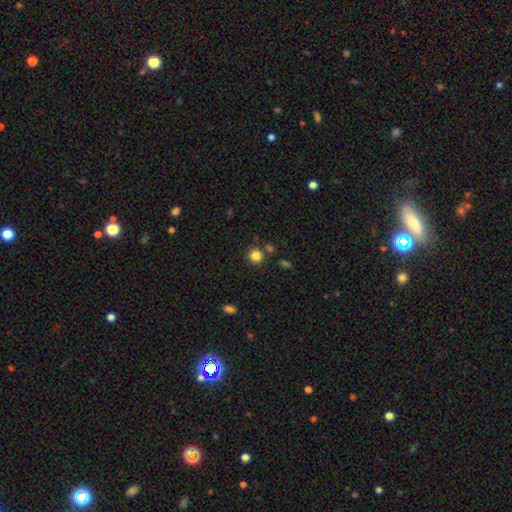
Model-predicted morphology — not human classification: type=smooth (83%); roundness=round (93%); merging=none (81%).